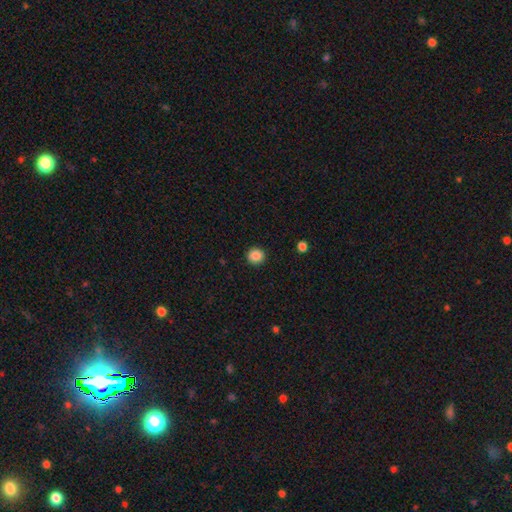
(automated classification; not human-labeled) A smooth galaxy with no disk features (87%) that is round (92%). Merging: none (92%).